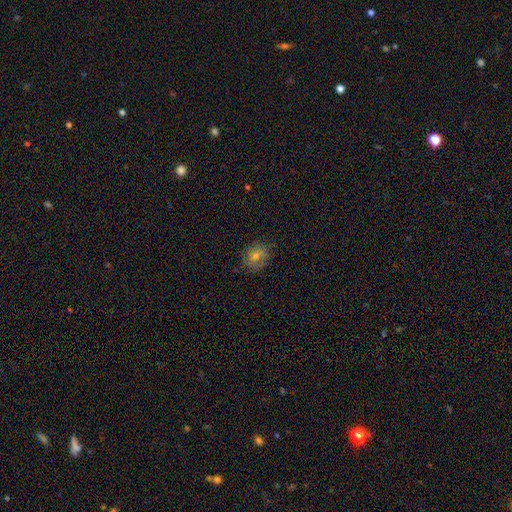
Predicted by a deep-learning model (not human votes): This is possibly a smooth galaxy (57%). How rounded: likely round (69%). Merging: likely none (78%).